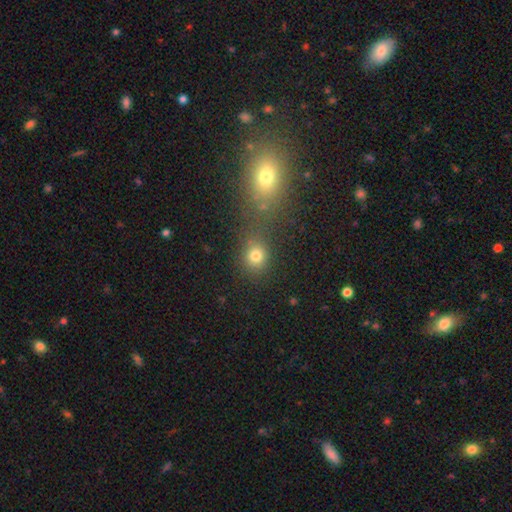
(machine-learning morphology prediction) A smooth galaxy with no disk features (76%) that is round (78%). Merging: none (64%).